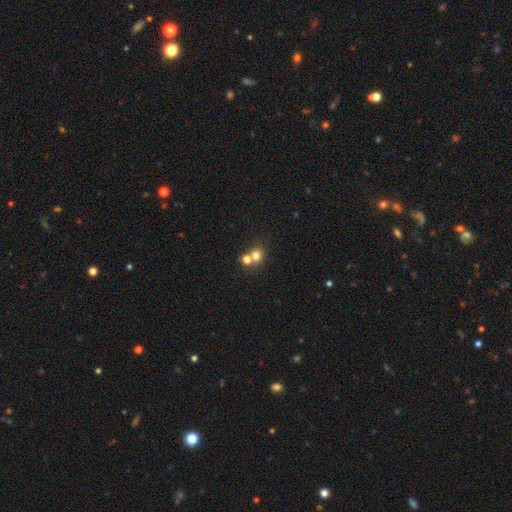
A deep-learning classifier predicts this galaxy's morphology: Overall: smooth (75%). How rounded: round (75%). Merging: merger (48%; none 42%).